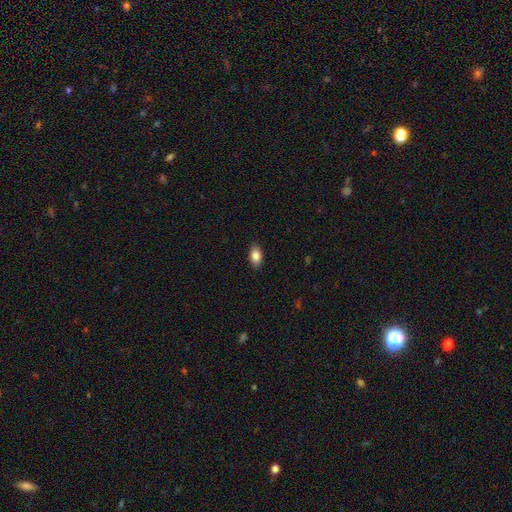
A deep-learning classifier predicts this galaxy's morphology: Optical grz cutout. It shows a smooth galaxy with no disk features (86%) that is in between round and cigar-shaped (90%). Merging: none (88%).